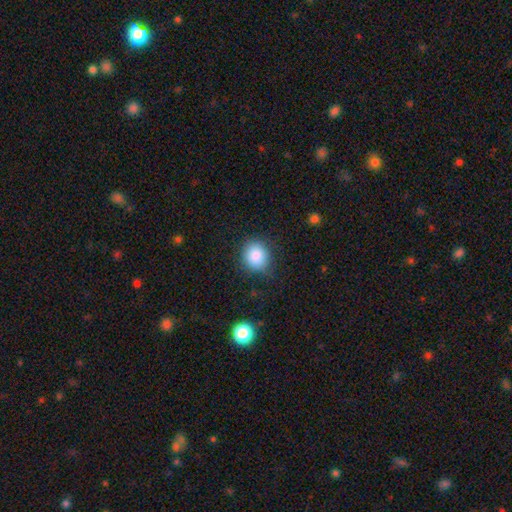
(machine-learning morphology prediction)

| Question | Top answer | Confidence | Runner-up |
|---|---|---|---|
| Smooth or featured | smooth | 86% | star or artifact (9%) |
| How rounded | round | 79% | in between (20%) |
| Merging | none | 81% | minor disturbance (14%) |